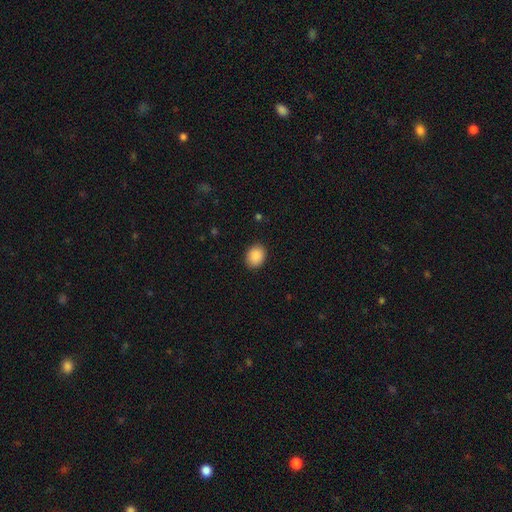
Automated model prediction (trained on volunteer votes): Q: Smooth or featured?
A: smooth (89%); runner-up: star or artifact (8%)
Q: How rounded?
A: round (50%); runner-up: in between (49%)
Q: Merging?
A: none (89%); runner-up: minor disturbance (8%)